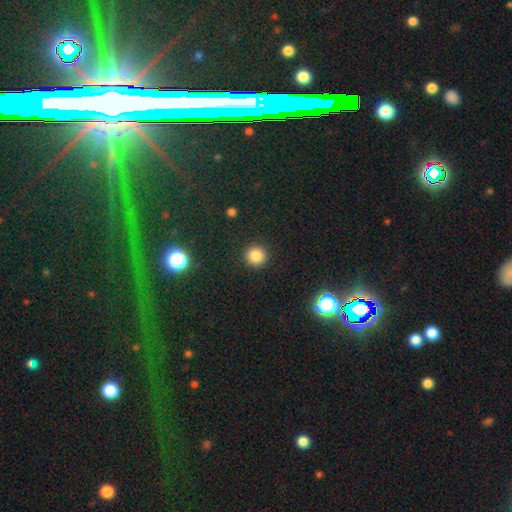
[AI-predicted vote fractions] Smooth or featured? Predicted: smooth (p=0.84). How rounded? Predicted: round (p=0.94). Merging? Predicted: none (p=0.92).